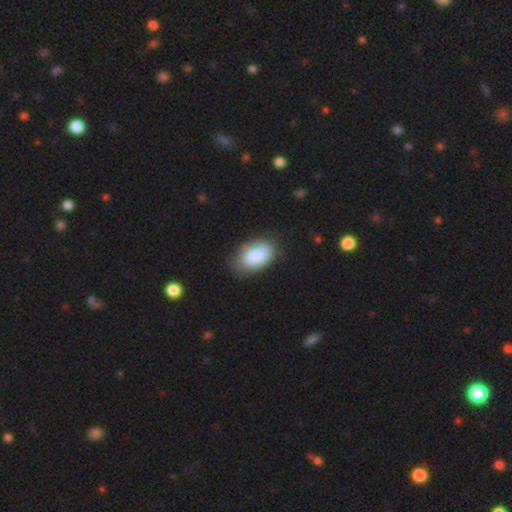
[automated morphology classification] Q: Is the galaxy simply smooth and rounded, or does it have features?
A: smooth — 82%.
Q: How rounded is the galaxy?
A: in between — 92%.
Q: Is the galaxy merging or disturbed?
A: none — 71%.